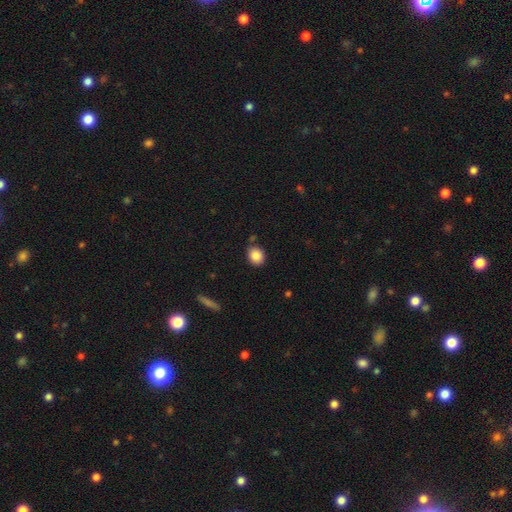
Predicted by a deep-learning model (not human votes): Smooth or featured? Predicted: smooth (p=0.86). How rounded? Predicted: round (p=0.68). Merging? Predicted: none (p=0.83).